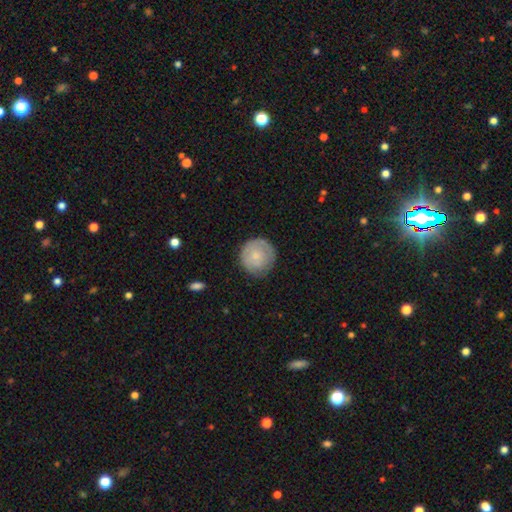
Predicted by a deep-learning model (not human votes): smooth 68%, featured or disk 26%, star or artifact 6%. Down the decision tree: how rounded — round (93%); merging — none (77%).